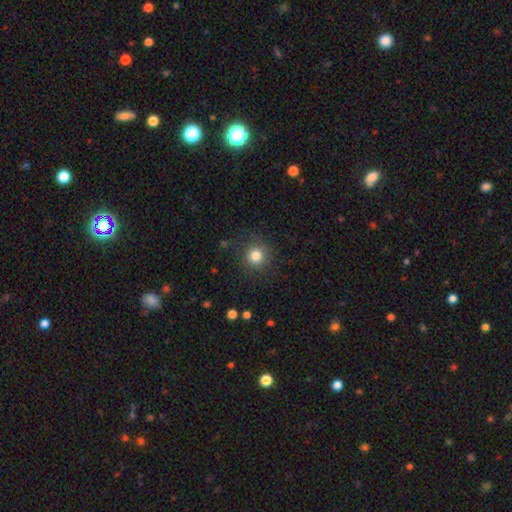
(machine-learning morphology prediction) Q: Smooth or featured?
A: smooth (81%); runner-up: star or artifact (11%)
Q: How rounded?
A: round (92%); runner-up: in between (7%)
Q: Merging?
A: none (81%); runner-up: minor disturbance (12%)